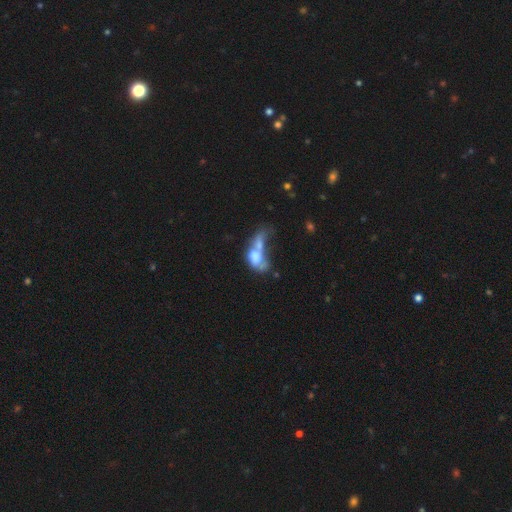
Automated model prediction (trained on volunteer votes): Overall: smooth (52%; featured or disk 38%). How rounded: in between (81%). Merging: merger (61%; major disturbance 23%).